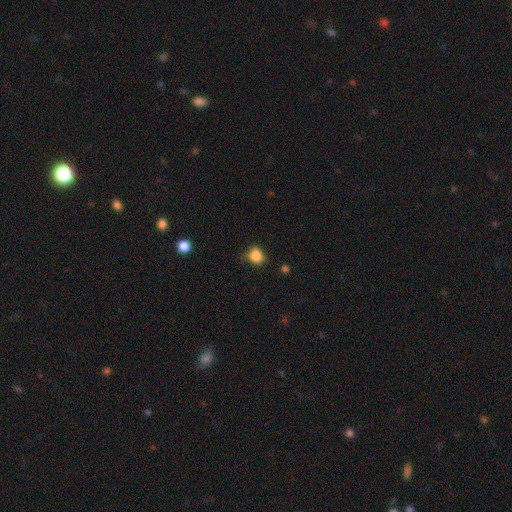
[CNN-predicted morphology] Smooth or featured: smooth — 85% (star or artifact — 10%)
How rounded: round — 68% (in between — 31%)
Merging: none — 63% (minor disturbance — 28%)